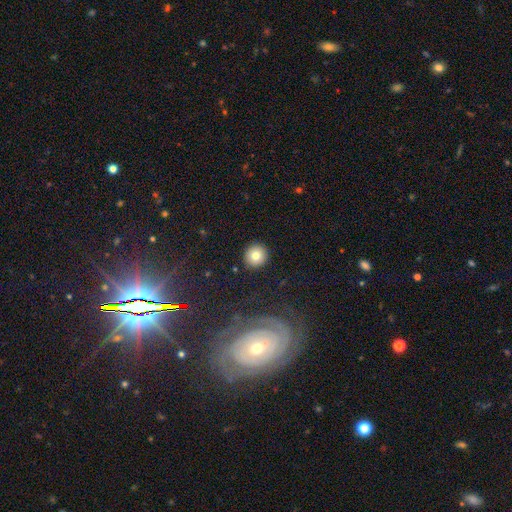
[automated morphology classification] A smooth galaxy with no disk features (80%) that is round (94%). Merging: none (92%).